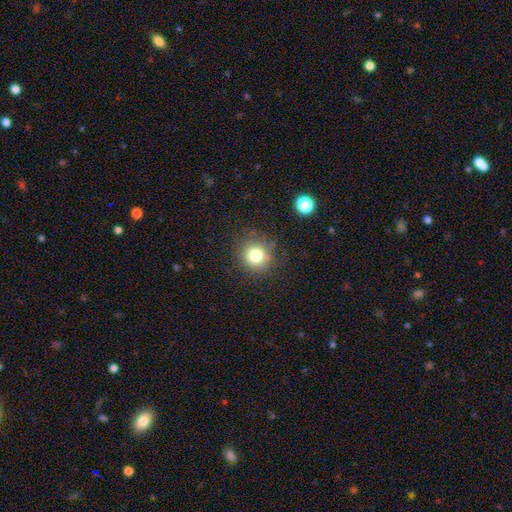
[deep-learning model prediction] Smooth or featured? Predicted: smooth (p=0.79). How rounded? Predicted: round (p=0.89). Merging? Predicted: none (p=0.84).